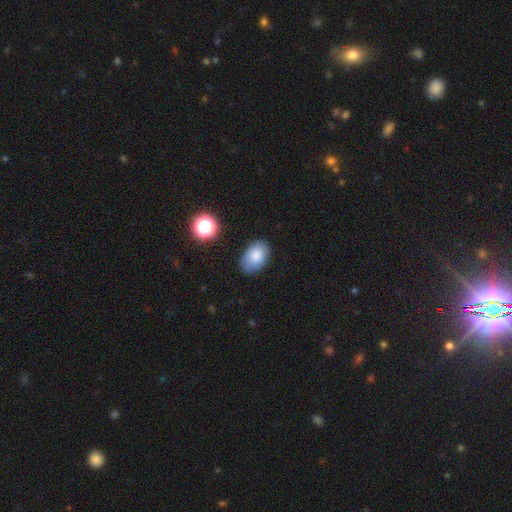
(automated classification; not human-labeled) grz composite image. It shows a smooth galaxy with no disk features (84%) that is in between round and cigar-shaped (90%). Merging: none (79%).